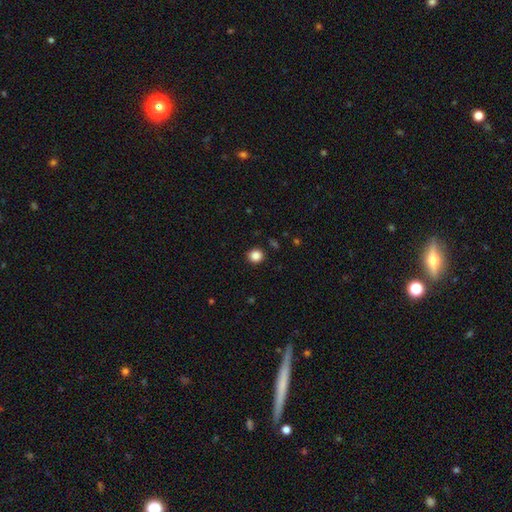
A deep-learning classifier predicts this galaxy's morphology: type=smooth (86%); roundness=round (91%); merging=none (91%).